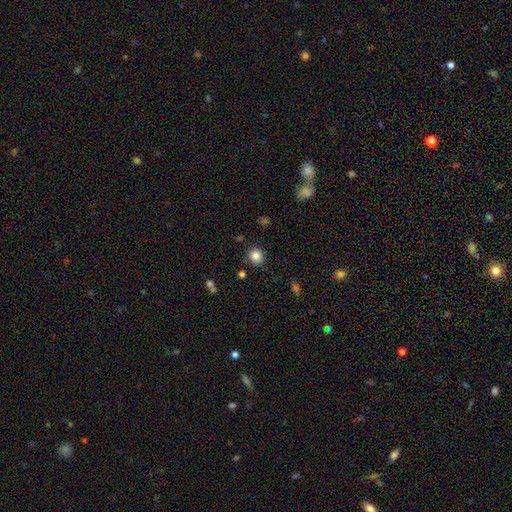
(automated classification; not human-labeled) smooth 84%, star or artifact 11%, featured or disk 5%. Down the decision tree: how rounded — round (82%); merging — none (85%).